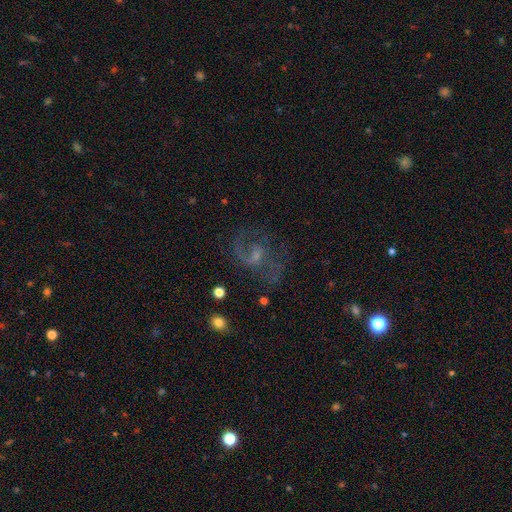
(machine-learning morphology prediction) Overall: featured or disk (72%). Edge-on disk: no (97%). Bar: no (46%; weak 45%). Spiral arms: yes (84%). Spiral arm count: 2 (61%). Spiral winding: medium (47%; loose 39%). Bulge size: small (54%; moderate 28%). Merging: none (57%; major disturbance 23%).